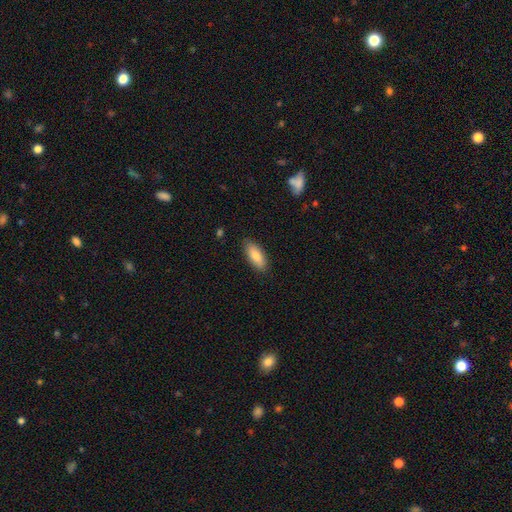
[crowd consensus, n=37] smooth 97%, featured or disk 3%, star or artifact 0%. Down the decision tree: how rounded — in between (64%); merging — none (100%).